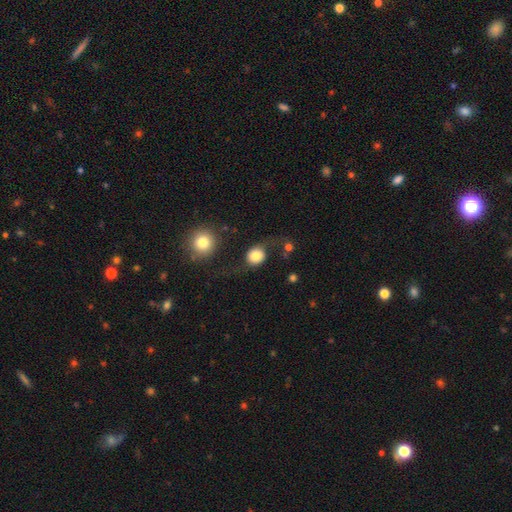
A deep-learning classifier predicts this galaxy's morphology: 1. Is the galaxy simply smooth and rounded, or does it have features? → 72% smooth, 20% featured or disk, 8% star or artifact.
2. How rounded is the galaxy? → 79% round, 20% in between, 1% cigar-shaped.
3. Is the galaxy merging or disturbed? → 51% none, 22% major disturbance, 20% minor disturbance, 7% merger.